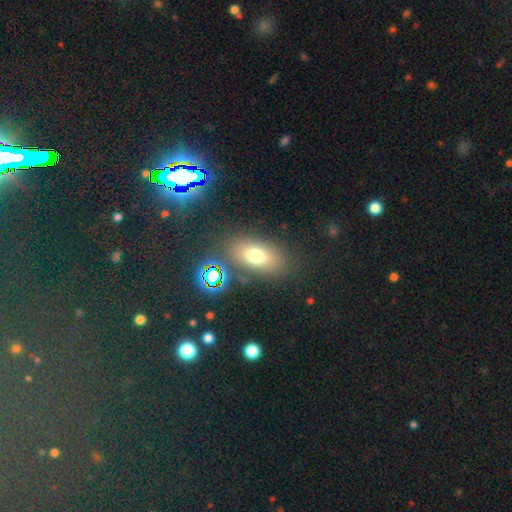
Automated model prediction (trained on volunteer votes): A smooth galaxy with no disk features (69%) that is in between round and cigar-shaped (81%). Merging: none (78%).